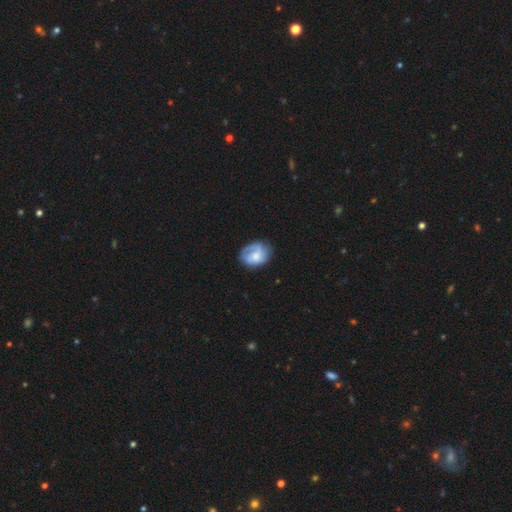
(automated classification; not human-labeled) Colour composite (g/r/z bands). It shows a smooth galaxy with no disk features (48%). Merging: none (57%).